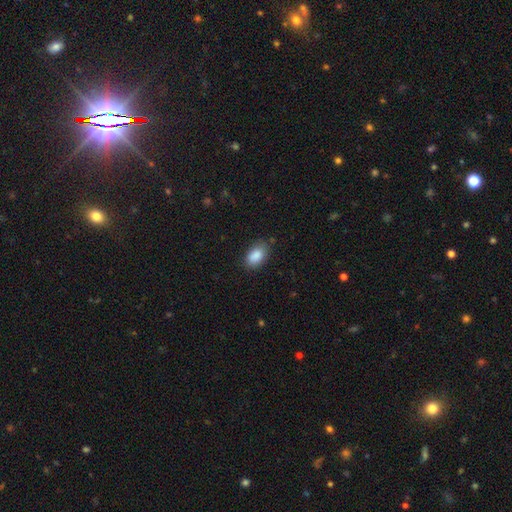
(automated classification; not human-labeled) A smooth galaxy with no disk features (88%) that is in between round and cigar-shaped (91%).

Vote fractions:
- Smooth or featured? smooth: 88% / star or artifact: 7% / featured or disk: 5%
- How rounded? in between: 91% / round: 7% / cigar-shaped: 2%
- Merging? none: 79% / minor disturbance: 16% / major disturbance: 3% / merger: 2%